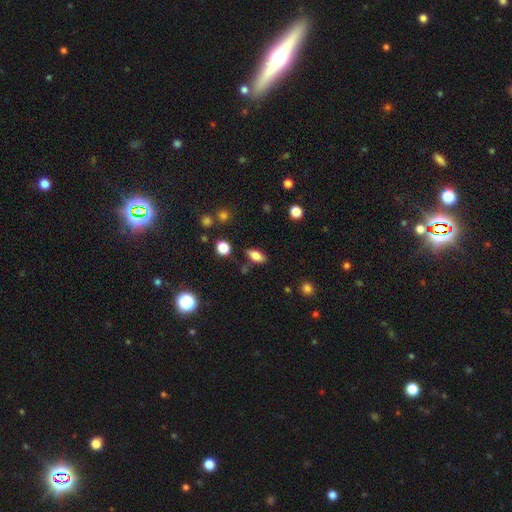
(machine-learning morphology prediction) This appears to be a smooth galaxy with no disk features (77%) that is in between round and cigar-shaped (84%). Merging: none (80%).